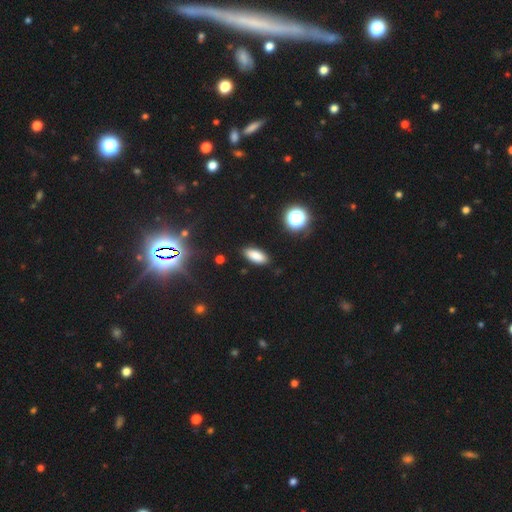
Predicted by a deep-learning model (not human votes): A smooth galaxy with no disk features (82%) that is in between round and cigar-shaped (81%). Merging: none (88%).